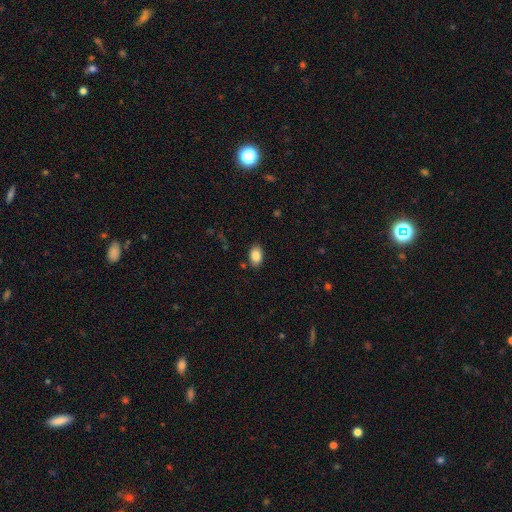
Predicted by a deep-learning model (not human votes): Q: Smooth or featured?
A: smooth (85%); runner-up: star or artifact (8%)
Q: How rounded?
A: in between (89%); runner-up: round (10%)
Q: Merging?
A: none (85%); runner-up: minor disturbance (11%)